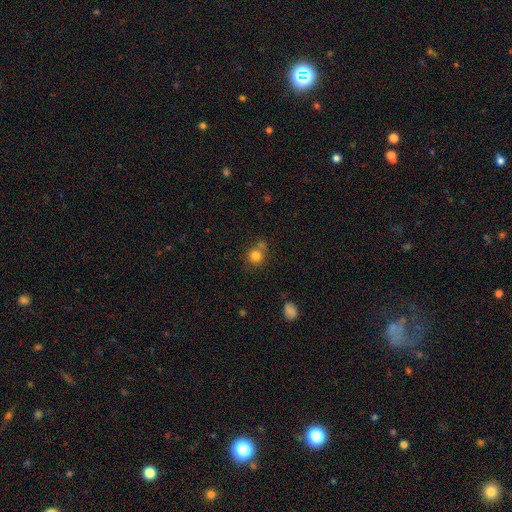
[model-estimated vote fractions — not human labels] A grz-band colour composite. It shows a smooth galaxy with no disk features (81%) that is round (88%). Merging: none (63%).